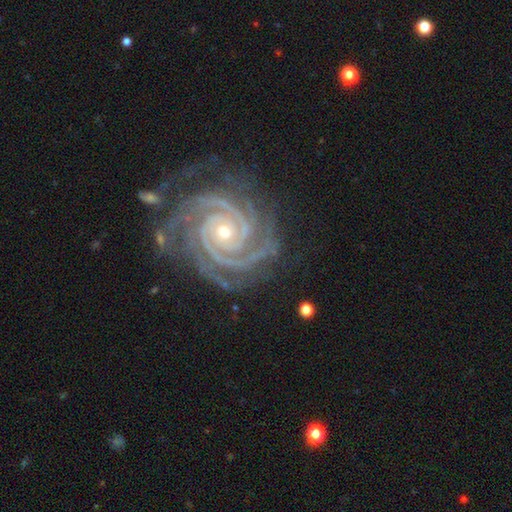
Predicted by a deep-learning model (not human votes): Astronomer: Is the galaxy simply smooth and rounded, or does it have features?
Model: featured or disk — 92%.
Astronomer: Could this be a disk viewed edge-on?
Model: no — 98%.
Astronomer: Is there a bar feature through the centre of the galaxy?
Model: no — 64%.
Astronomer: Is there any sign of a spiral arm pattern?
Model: yes — 99%.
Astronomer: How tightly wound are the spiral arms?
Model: tight — 84%.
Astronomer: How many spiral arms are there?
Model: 3 — 30% (runner-up: 2, 27%).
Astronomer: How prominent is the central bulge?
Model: small — 65%.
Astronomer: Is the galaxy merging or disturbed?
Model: none — 78%.